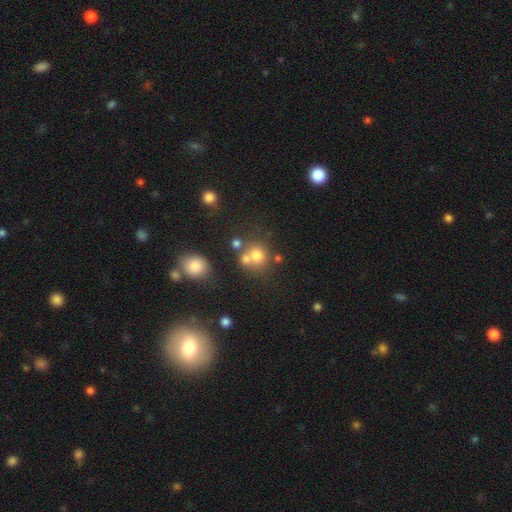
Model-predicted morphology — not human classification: The model was most divided on "merging": none: 50%, merger: 35%, minor disturbance: 10%, major disturbance: 5%. More confident: how rounded — round (83%); smooth or featured — smooth (71%).